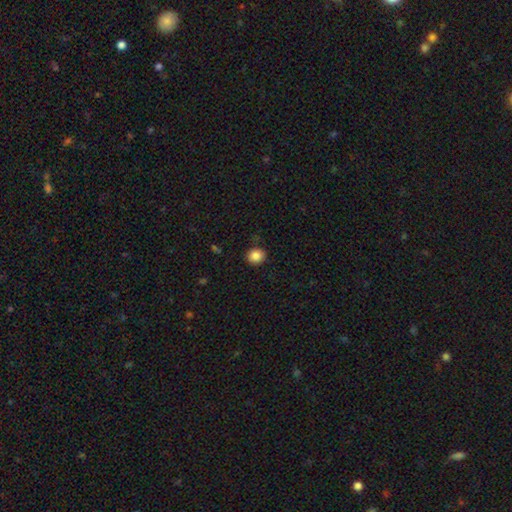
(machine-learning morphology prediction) Smooth or featured: smooth — 86% (star or artifact — 10%)
How rounded: round — 78% (in between — 21%)
Merging: none — 87% (minor disturbance — 9%)